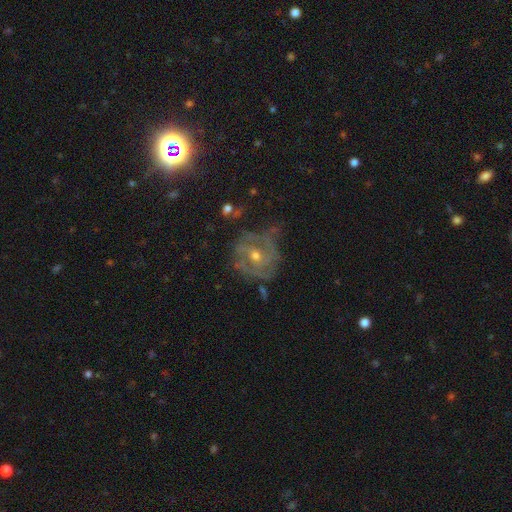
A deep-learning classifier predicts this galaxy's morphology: Q: Smooth or featured?
A: featured or disk (76%); runner-up: smooth (13%)
Q: Edge-on disk?
A: no (97%); runner-up: yes (3%)
Q: Bar?
A: no (55%); runner-up: weak (35%)
Q: Spiral arms?
A: yes (82%); runner-up: no (18%)
Q: Spiral winding?
A: tight (53%); runner-up: medium (35%)
Q: Spiral arm count?
A: can't tell (40%); runner-up: 2 (26%)
Q: Bulge size?
A: moderate (49%); runner-up: small (48%)
Q: Merging?
A: none (60%); runner-up: minor disturbance (23%)